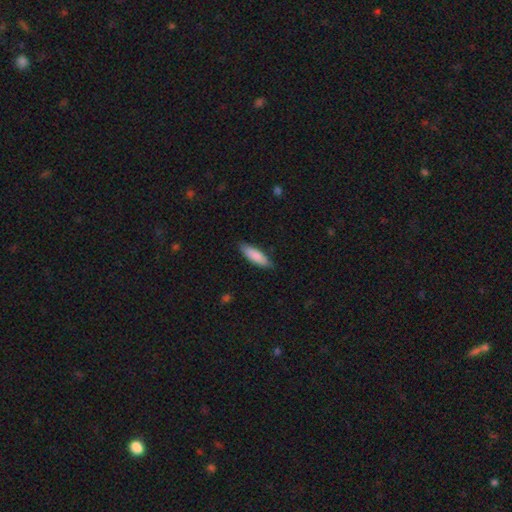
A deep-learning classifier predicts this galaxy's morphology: smooth_or_featured: smooth (p=0.85) [alt: featured or disk p=0.10]
how_rounded: cigar-shaped (p=0.50) [alt: in between p=0.49]
merging: none (p=0.85) [alt: minor disturbance p=0.12]